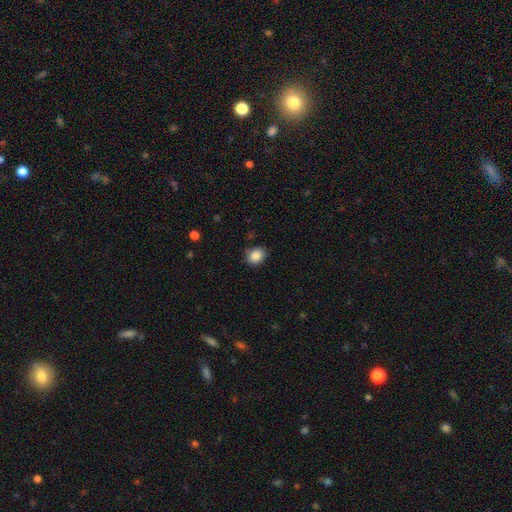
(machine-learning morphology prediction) Smooth or featured: smooth — 87% (star or artifact — 9%)
How rounded: round — 58% (in between — 41%)
Merging: none — 79% (minor disturbance — 16%)